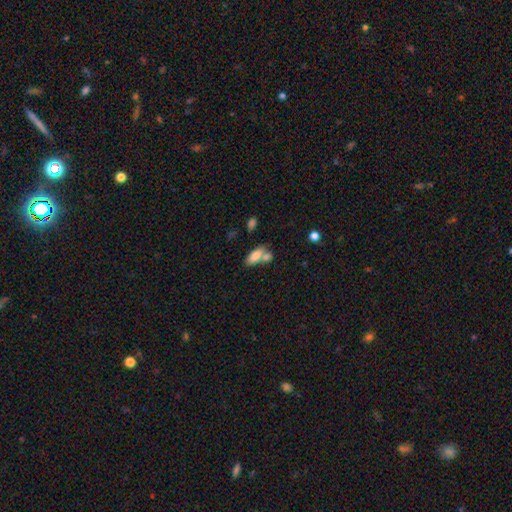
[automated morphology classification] Overall: smooth (80%). How rounded: in between (85%). Merging: merger (45%; none 39%).